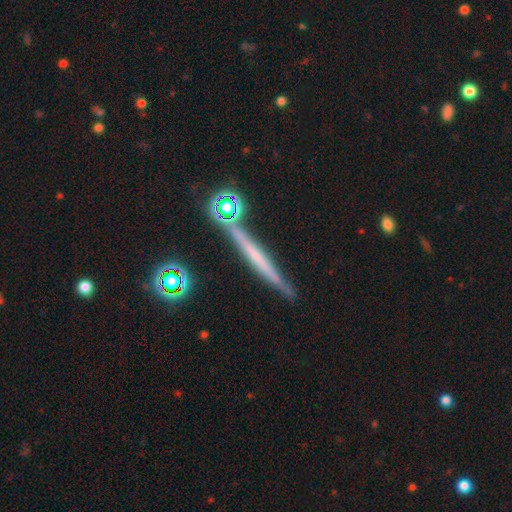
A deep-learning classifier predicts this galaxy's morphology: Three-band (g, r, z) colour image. It shows a featured or disk galaxy (53%) viewed edge-on (95%) with no central bulge (80%). Merging: none (82%).